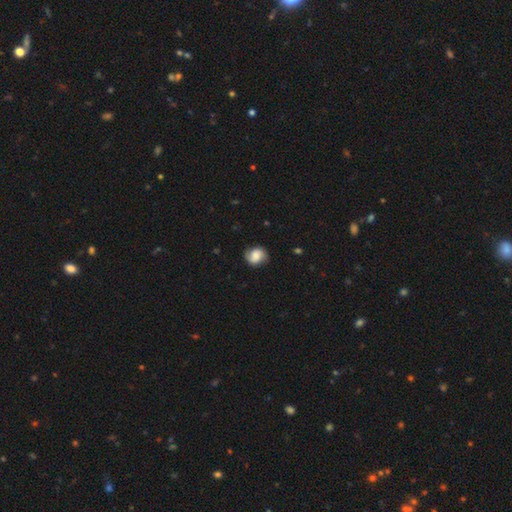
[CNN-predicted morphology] The model was most divided on "smooth or featured": featured or disk: 46%, smooth: 45%, star or artifact: 9%. More confident: merging — none (79%).